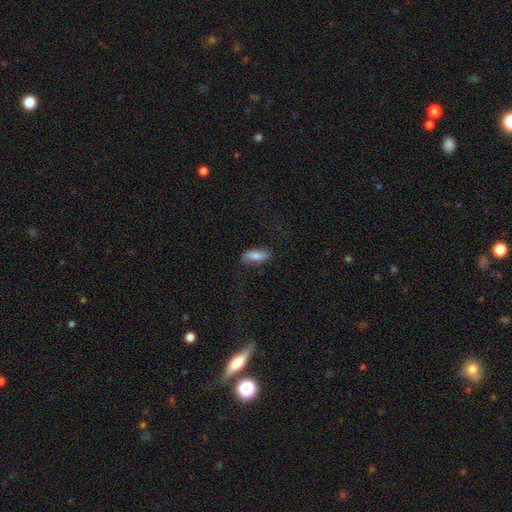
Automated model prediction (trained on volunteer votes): Q: Smooth or featured?
A: smooth (73%); runner-up: featured or disk (20%)
Q: How rounded?
A: in between (80%); runner-up: cigar-shaped (17%)
Q: Merging?
A: none (68%); runner-up: minor disturbance (21%)